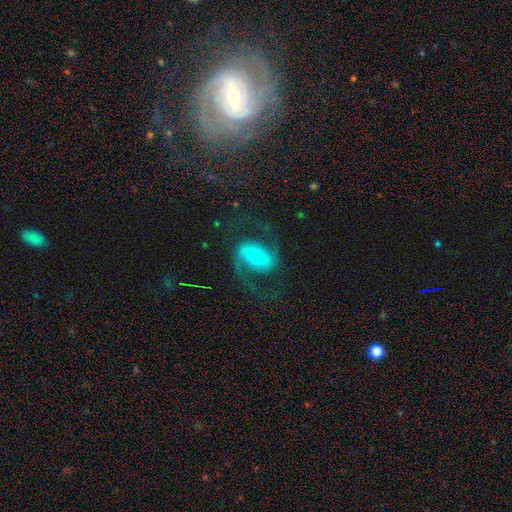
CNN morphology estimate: type=featured or disk (85%); edge-on=no (97%); bar=weak (38%); spiral arms=yes (96%); winding=medium (52%); arm count=2 (93%); bulge=moderate (64%); merging=none (75%).